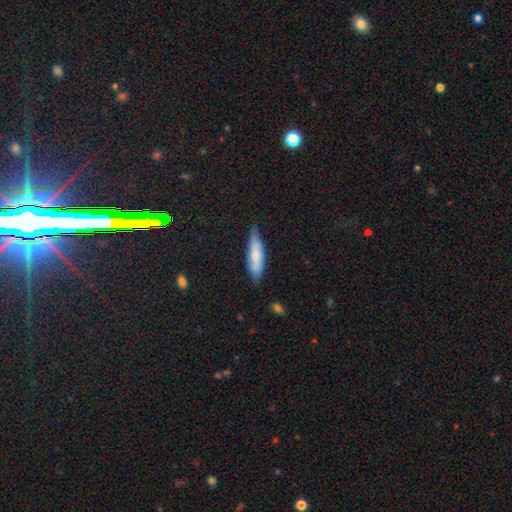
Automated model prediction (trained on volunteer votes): smooth-or-featured: smooth: 64% | featured or disk: 30% | star or artifact: 6%
  how-rounded: cigar-shaped: 59% | in between: 40% | round: 2%
  merging: none: 69% | minor disturbance: 26% | major disturbance: 4% | merger: 2%